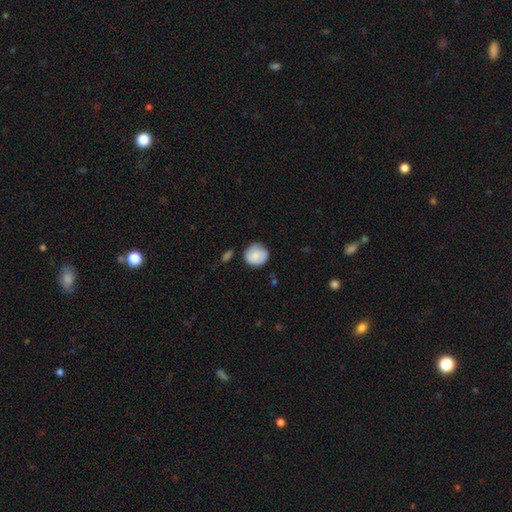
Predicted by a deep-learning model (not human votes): Morphology: type=smooth (75%); roundness=round (85%); merging=none (69%).